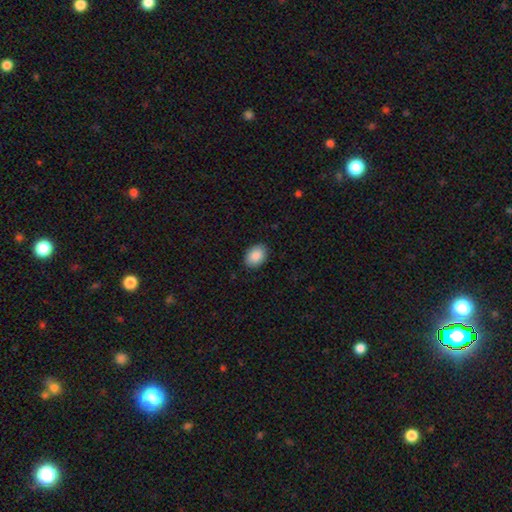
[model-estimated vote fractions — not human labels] Smooth or featured? smooth (89%)
How rounded? in between (78%)
Merging? none (89%)